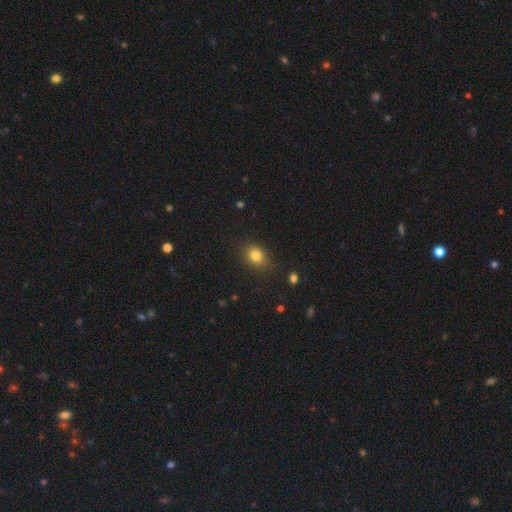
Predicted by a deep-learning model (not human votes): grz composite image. It shows a smooth galaxy with no disk features (81%) that is in between round and cigar-shaped (57%). Merging: none (81%).